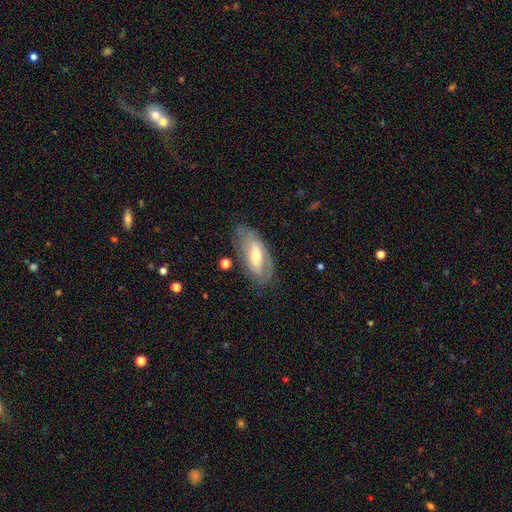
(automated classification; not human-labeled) Q: Smooth or featured?
A: featured or disk (57%); runner-up: smooth (36%)
Q: Edge-on disk?
A: no (83%); runner-up: yes (17%)
Q: Merging?
A: none (67%); runner-up: minor disturbance (22%)